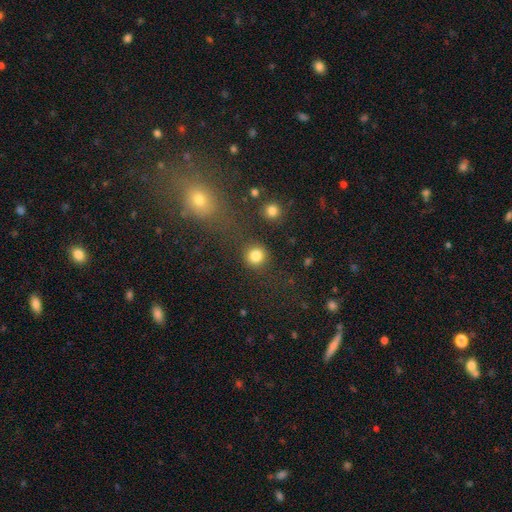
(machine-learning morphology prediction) This appears to be a smooth galaxy with no disk features (83%) that is round (90%). Merging: none (83%).